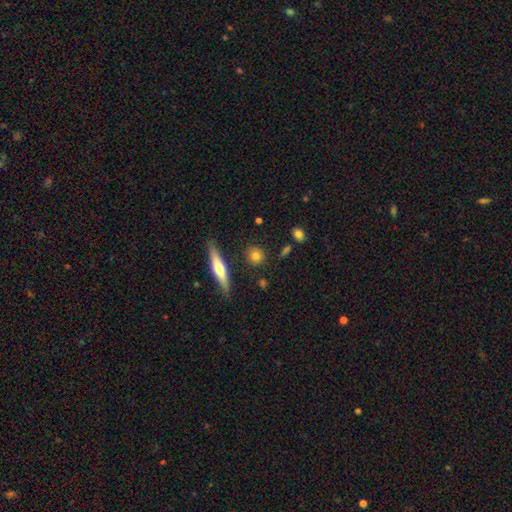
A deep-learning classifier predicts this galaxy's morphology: type=smooth (76%); roundness=round (78%); merging=none (85%).